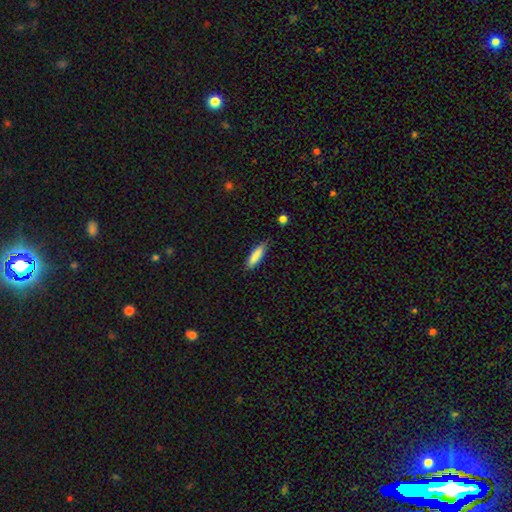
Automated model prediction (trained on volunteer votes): A smooth galaxy with no disk features (86%) that is cigar-shaped (67%).

Vote fractions:
- Smooth or featured? smooth: 86% / featured or disk: 8% / star or artifact: 6%
- How rounded? cigar-shaped: 67% / in between: 32% / round: 1%
- Merging? none: 78% / minor disturbance: 18% / major disturbance: 3% / merger: 2%